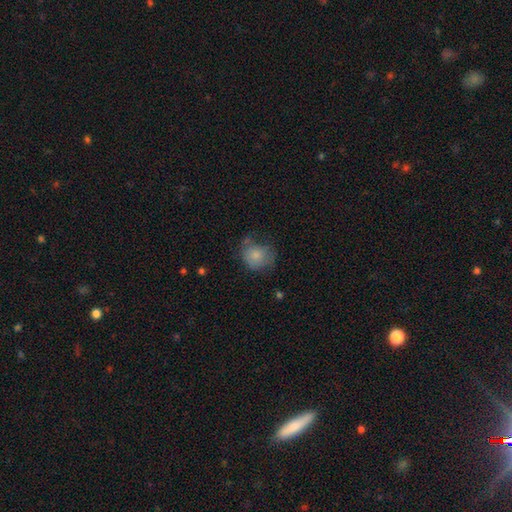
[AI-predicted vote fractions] Smooth or featured: smooth — 78% (featured or disk — 13%)
How rounded: round — 71% (in between — 28%)
Merging: none — 46% (minor disturbance — 32%)